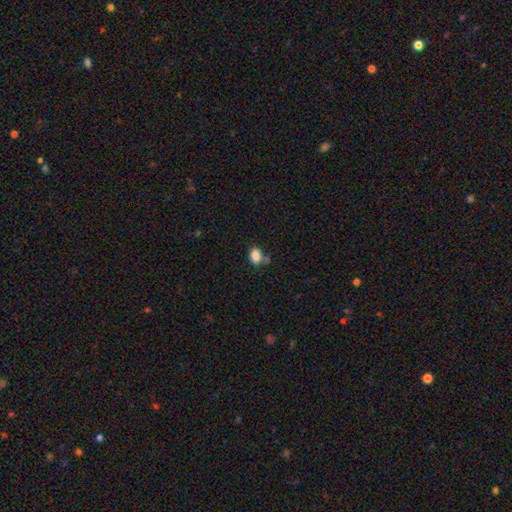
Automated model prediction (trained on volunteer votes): Smooth or featured: smooth — 85% (star or artifact — 10%)
How rounded: in between — 73% (round — 25%)
Merging: none — 63% (minor disturbance — 19%)